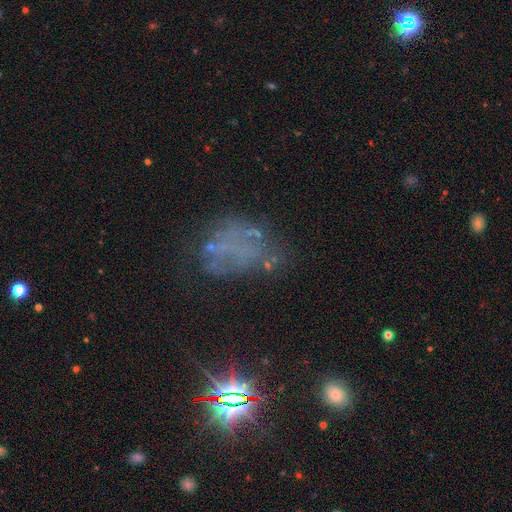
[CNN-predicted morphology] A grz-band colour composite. It shows a featured or disk galaxy (43%). Merging: none (49%).